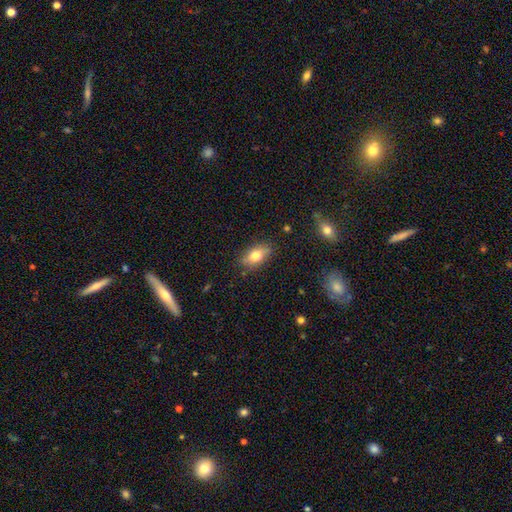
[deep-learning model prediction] This appears to be a smooth galaxy with no disk features (70%) that is in between round and cigar-shaped (83%). Merging: none (84%).